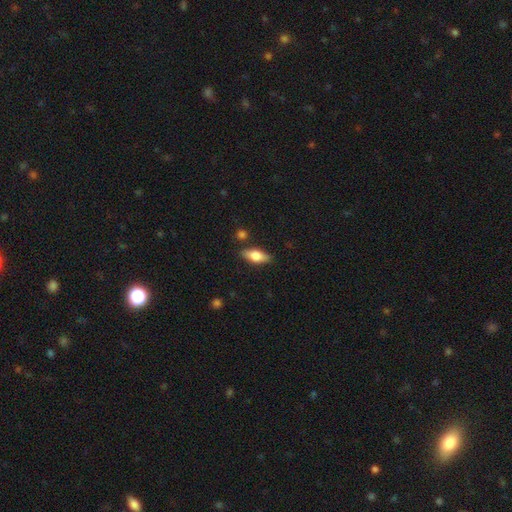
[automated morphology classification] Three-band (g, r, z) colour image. It shows a smooth galaxy with no disk features (66%) that is in between round and cigar-shaped (74%). Merging: none (83%).